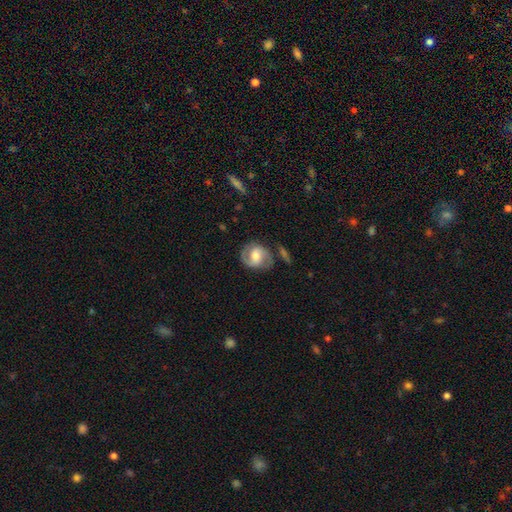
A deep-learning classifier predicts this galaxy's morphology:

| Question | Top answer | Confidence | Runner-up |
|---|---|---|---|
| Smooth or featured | featured or disk | 71% | smooth (23%) |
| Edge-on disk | no | 97% | yes (3%) |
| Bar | weak | 44% | no (36%) |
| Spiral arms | yes | 89% | no (11%) |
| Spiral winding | medium | 49% | tight (35%) |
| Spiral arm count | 2 | 85% | can't tell (6%) |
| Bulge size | moderate | 57% | small (20%) |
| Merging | none | 71% | minor disturbance (17%) |